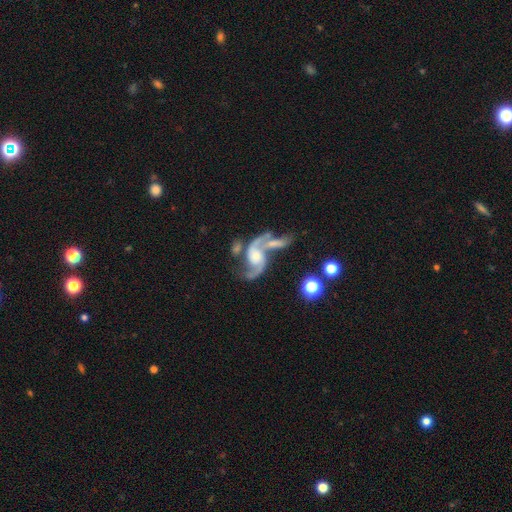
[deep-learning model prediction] A featured or disk galaxy (88%) with no bar (57%), 2 (91%) loose (58%) spiral arms (96%) and a moderate central bulge (45%). Merging: merger (49%).